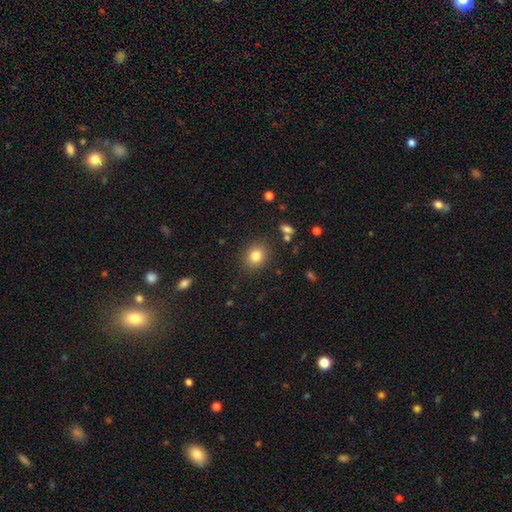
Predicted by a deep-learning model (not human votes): The model was most divided on "how rounded": round: 71%, in between: 29%, cigar-shaped: 1%. More confident: merging — none (87%); smooth or featured — smooth (82%).